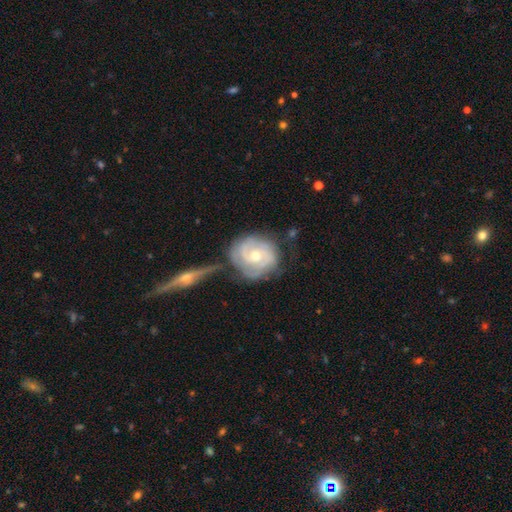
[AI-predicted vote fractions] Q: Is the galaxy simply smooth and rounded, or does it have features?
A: featured or disk — 81%.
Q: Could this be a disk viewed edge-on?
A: no — 97%.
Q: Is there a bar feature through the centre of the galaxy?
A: no — 69%.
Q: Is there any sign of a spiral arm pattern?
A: yes — 93%.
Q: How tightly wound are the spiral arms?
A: tight — 66%.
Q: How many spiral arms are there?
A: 2 — 40%.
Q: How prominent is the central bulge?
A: moderate — 59%.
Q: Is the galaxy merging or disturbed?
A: none — 52%.